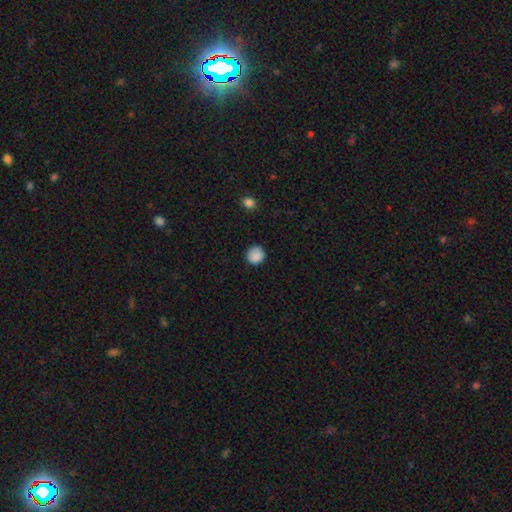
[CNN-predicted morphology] type=smooth (88%); roundness=round (90%); merging=none (87%).